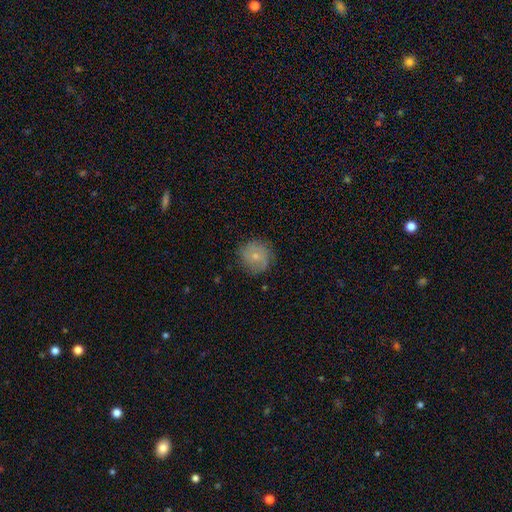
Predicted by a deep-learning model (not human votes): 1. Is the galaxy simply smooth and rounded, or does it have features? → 51% smooth, 40% featured or disk, 9% star or artifact.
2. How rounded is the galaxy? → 90% round, 9% in between, 1% cigar-shaped.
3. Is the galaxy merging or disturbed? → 78% none, 17% minor disturbance, 5% major disturbance, 1% merger.